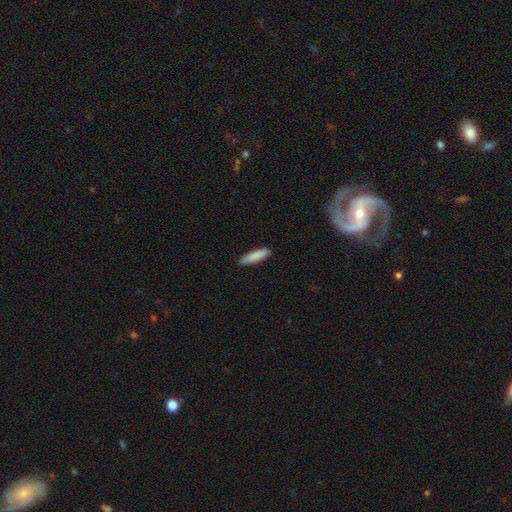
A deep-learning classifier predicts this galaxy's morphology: This appears to be a smooth galaxy with no disk features (87%) that is cigar-shaped (74%). Merging: none (89%).